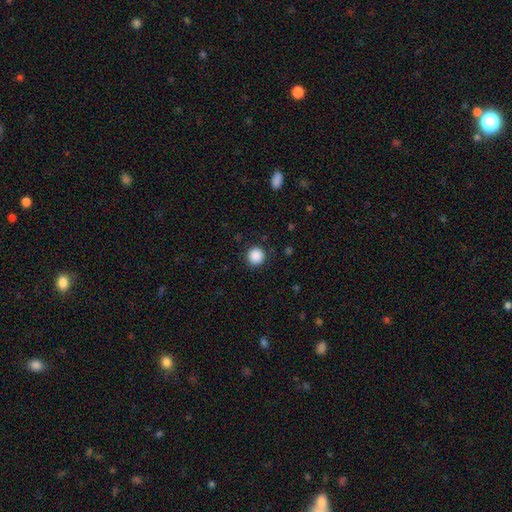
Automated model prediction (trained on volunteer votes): Q: Smooth or featured?
A: smooth (88%); runner-up: star or artifact (9%)
Q: How rounded?
A: round (95%); runner-up: in between (4%)
Q: Merging?
A: none (91%); runner-up: minor disturbance (6%)